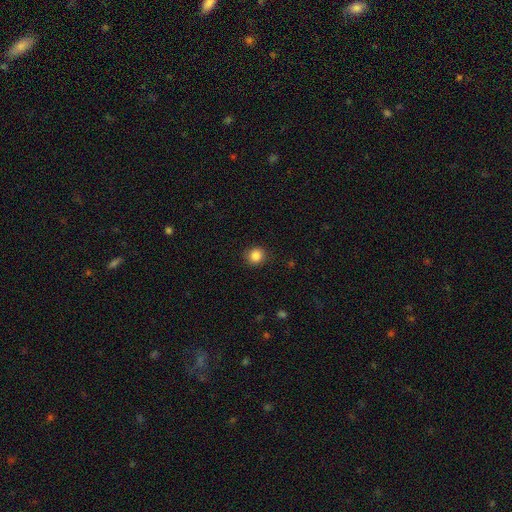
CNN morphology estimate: smooth_or_featured: smooth (p=0.86) [alt: star or artifact p=0.10]
how_rounded: round (p=0.91) [alt: in between p=0.09]
merging: none (p=0.90) [alt: minor disturbance p=0.07]